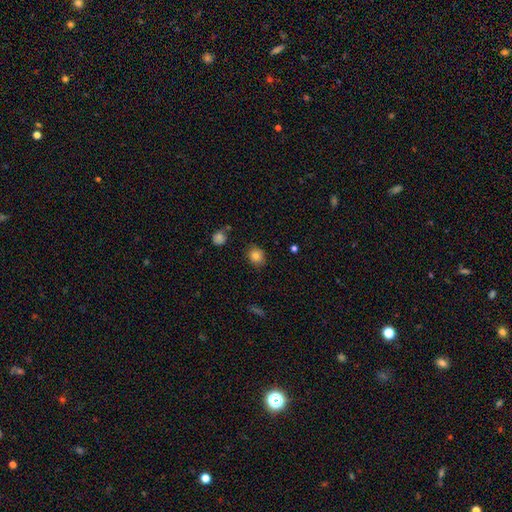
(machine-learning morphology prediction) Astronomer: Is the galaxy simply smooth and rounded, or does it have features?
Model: smooth — 83%.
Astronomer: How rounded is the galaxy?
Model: round — 72%.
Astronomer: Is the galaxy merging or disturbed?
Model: none — 85%.